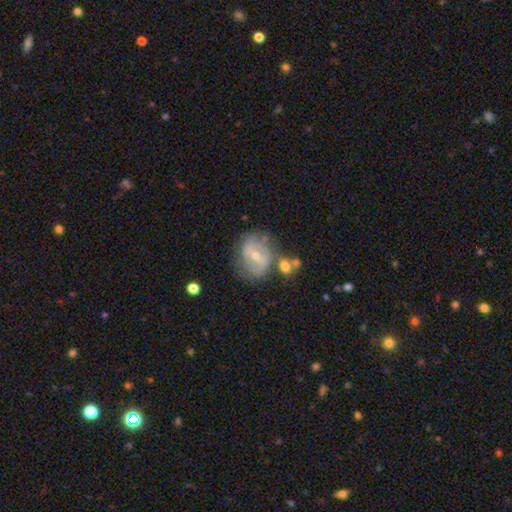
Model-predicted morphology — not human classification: Smooth or featured: featured or disk — 66% (smooth — 27%)
Edge-on disk: no — 96% (yes — 4%)
Bar: weak — 44% (no — 37%)
Spiral arms: yes — 66% (no — 34%)
Bulge size: moderate — 51% (small — 46%)
Merging: none — 49% (minor disturbance — 22%)